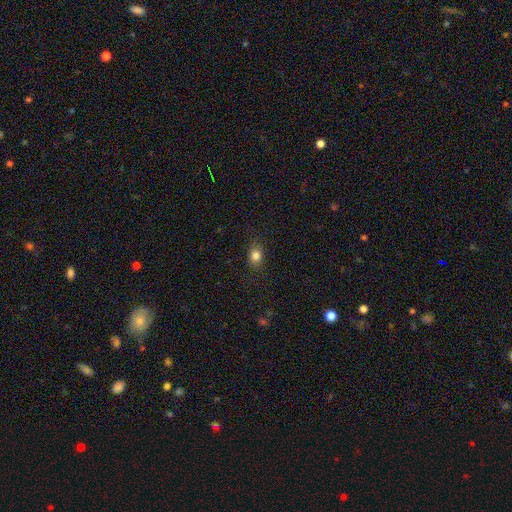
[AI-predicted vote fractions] A smooth galaxy with no disk features (82%) that is in between round and cigar-shaped (56%).

Vote fractions:
- Smooth or featured? smooth: 82% / star or artifact: 11% / featured or disk: 7%
- How rounded? in between: 56% / round: 42% / cigar-shaped: 2%
- Merging? none: 82% / minor disturbance: 13% / major disturbance: 4% / merger: 1%